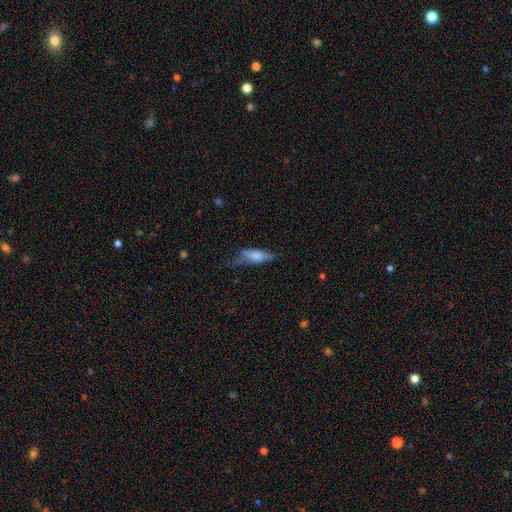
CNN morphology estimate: This appears to be a smooth galaxy with no disk features (74%) that is in between round and cigar-shaped (65%). Merging: minor disturbance (38%).